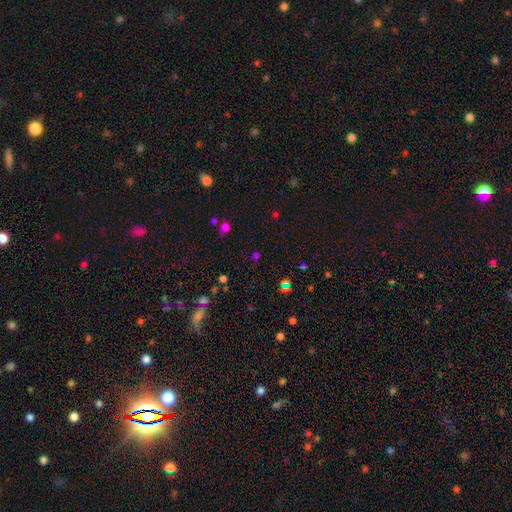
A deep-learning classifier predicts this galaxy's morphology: Q: Smooth or featured?
A: star or artifact (53%); runner-up: smooth (39%)